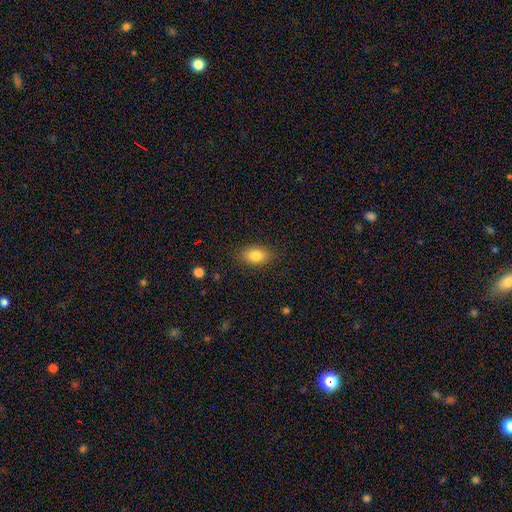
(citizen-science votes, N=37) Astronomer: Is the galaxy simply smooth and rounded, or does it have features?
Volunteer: smooth — 76%.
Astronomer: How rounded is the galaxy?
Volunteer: in between — 93%.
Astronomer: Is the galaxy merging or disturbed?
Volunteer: none — 91%.